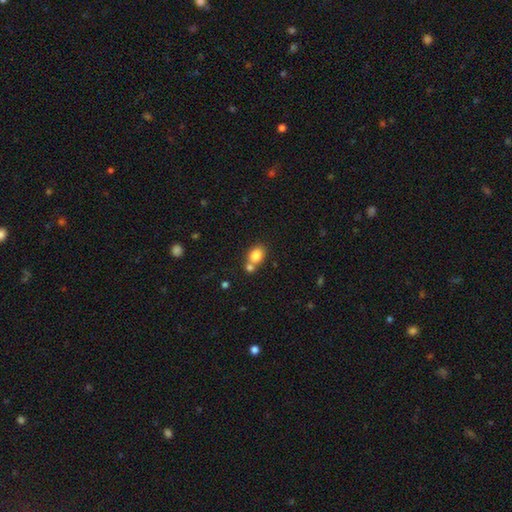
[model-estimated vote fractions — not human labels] The model was most divided on "how rounded": in between: 54%, round: 44%, cigar-shaped: 1%. Remaining: smooth or featured — smooth (82%); merging — none (48%).